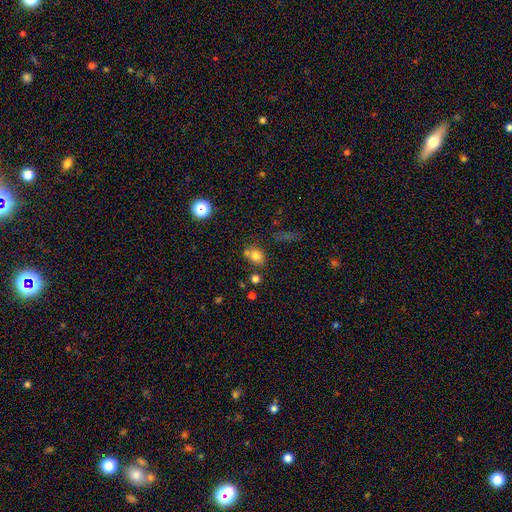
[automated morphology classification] smooth 75%, star or artifact 15%, featured or disk 10%. Down the decision tree: how rounded — round (62%); merging — none (56%).